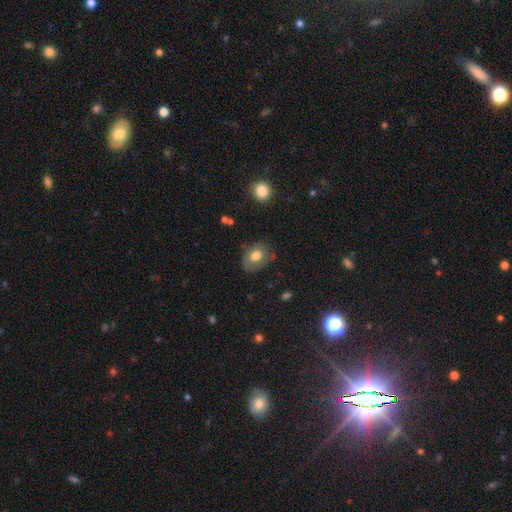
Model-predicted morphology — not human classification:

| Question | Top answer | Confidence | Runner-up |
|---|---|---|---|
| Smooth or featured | smooth | 67% | featured or disk (24%) |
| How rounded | in between | 63% | round (36%) |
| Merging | none | 64% | minor disturbance (25%) |